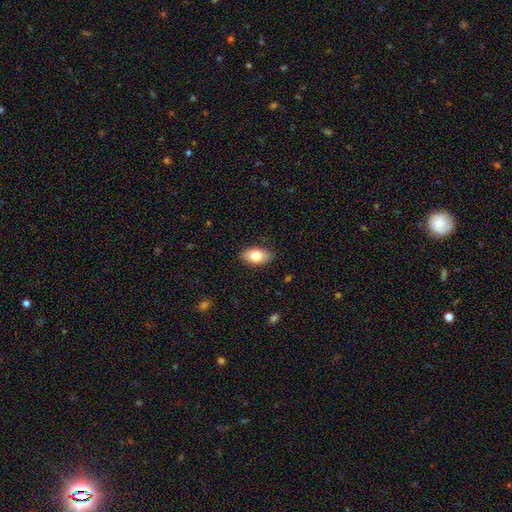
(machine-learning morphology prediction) type=smooth (78%); roundness=in between (92%); merging=none (86%).